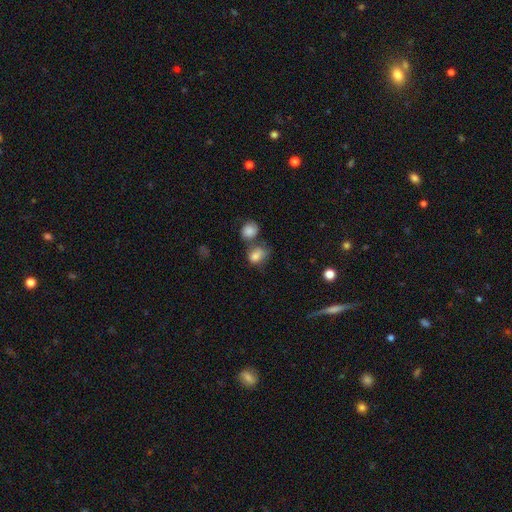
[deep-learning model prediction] smooth_or_featured: smooth (p=0.78) [alt: featured or disk p=0.12]
how_rounded: in between (p=0.54) [alt: round p=0.44]
merging: merger (p=0.39) [alt: none p=0.33]